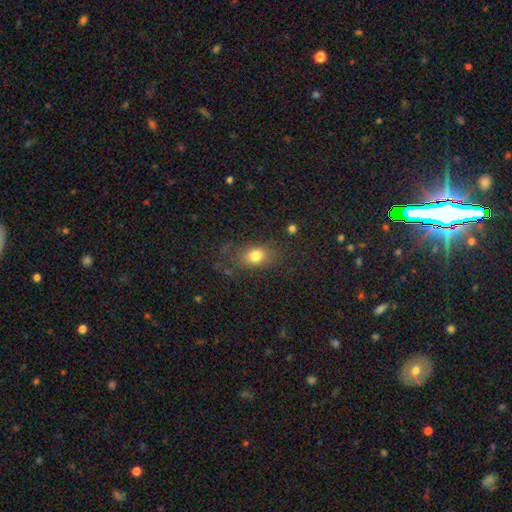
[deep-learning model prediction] This appears to be a smooth galaxy with no disk features (78%) that is in between round and cigar-shaped (69%). Merging: none (70%).